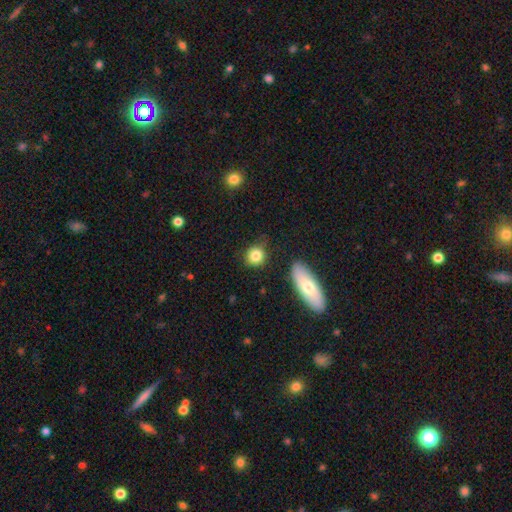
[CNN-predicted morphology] Smooth or featured? smooth (84%)
How rounded? round (80%)
Merging? none (79%)